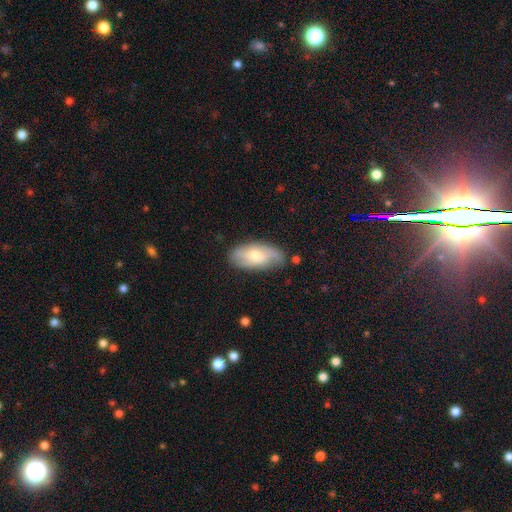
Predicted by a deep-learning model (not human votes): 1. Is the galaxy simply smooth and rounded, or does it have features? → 47% smooth, 46% featured or disk, 6% star or artifact.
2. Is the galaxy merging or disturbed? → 68% none, 23% minor disturbance, 6% major disturbance, 2% merger.